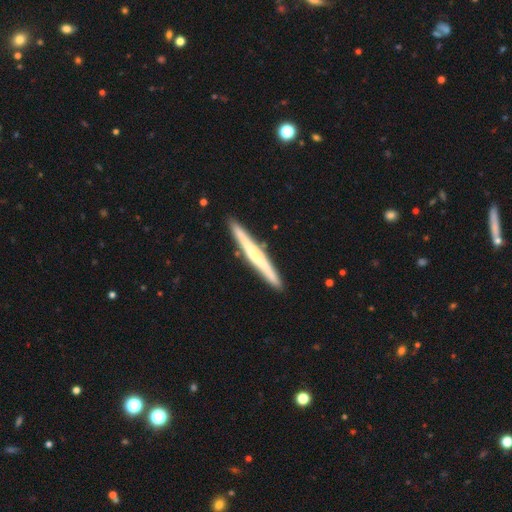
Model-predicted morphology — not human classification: Smooth or featured? Predicted: featured or disk (p=0.54). Edge-on disk? Predicted: yes (p=0.97). Edge-on bulge? Predicted: none (p=0.51). Merging? Predicted: none (p=0.90).